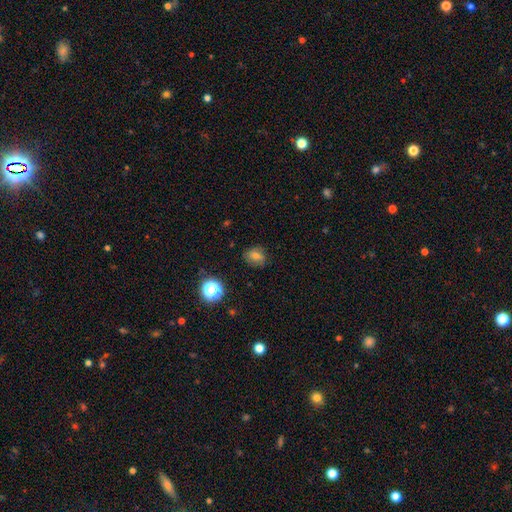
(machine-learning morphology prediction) This is likely a smooth galaxy (71%). How rounded: possibly round (54%). Merging: likely none (79%).